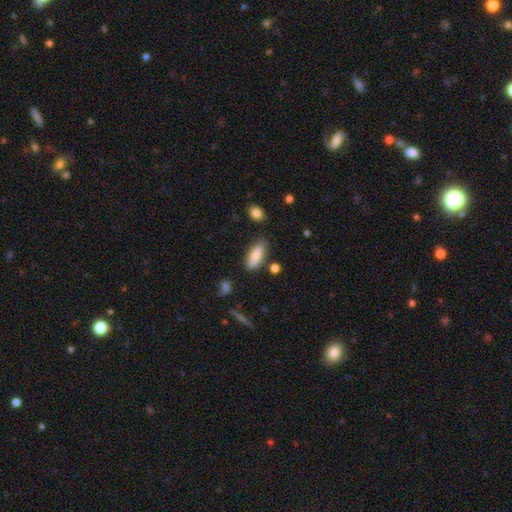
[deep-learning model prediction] Morphology: type=smooth (84%); roundness=in between (74%); merging=none (74%).